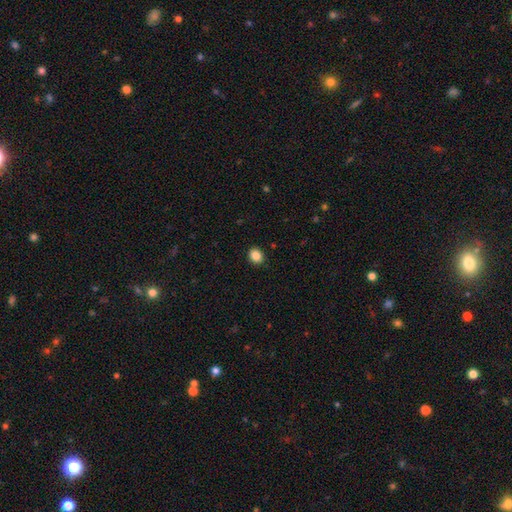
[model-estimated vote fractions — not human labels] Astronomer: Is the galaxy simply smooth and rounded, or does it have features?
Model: smooth — 86%.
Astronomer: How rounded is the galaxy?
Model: round — 63%.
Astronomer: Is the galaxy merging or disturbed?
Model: none — 91%.